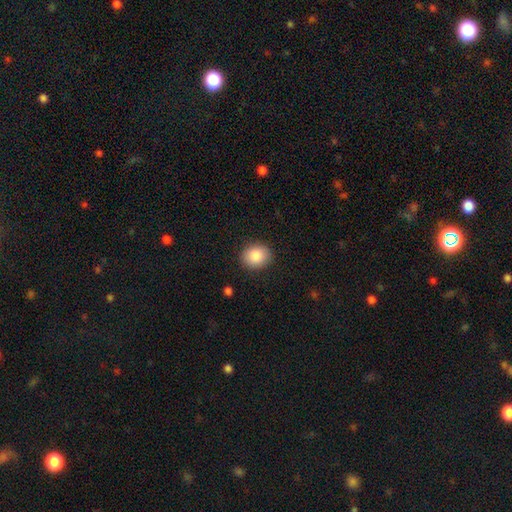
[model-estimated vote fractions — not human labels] smooth-or-featured: smooth: 87% | star or artifact: 8% | featured or disk: 6%
  how-rounded: round: 70% | in between: 29% | cigar-shaped: 1%
  merging: none: 89% | minor disturbance: 8% | major disturbance: 2% | merger: 1%